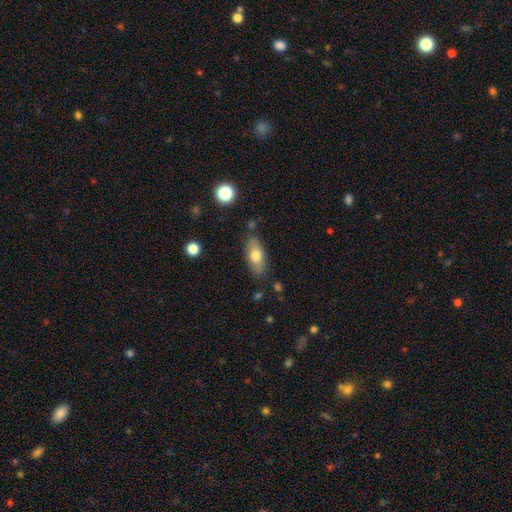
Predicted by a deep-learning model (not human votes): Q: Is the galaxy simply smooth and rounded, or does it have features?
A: smooth — 71%.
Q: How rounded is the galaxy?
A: in between — 83%.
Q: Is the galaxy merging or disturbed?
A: none — 79%.